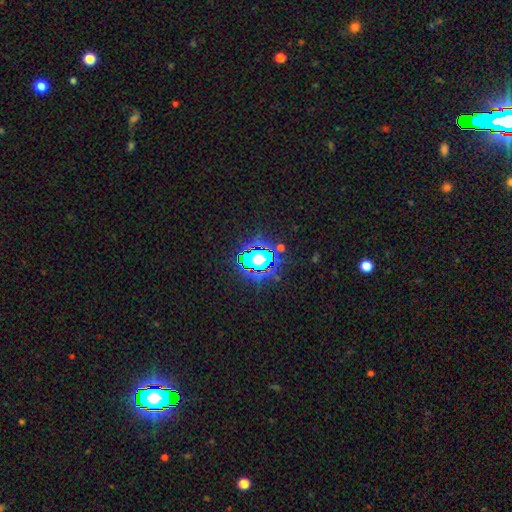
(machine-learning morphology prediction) A star or artifact, not a galaxy (79%).

Vote fractions:
- Smooth or featured? star or artifact: 79% / smooth: 14% / featured or disk: 7%